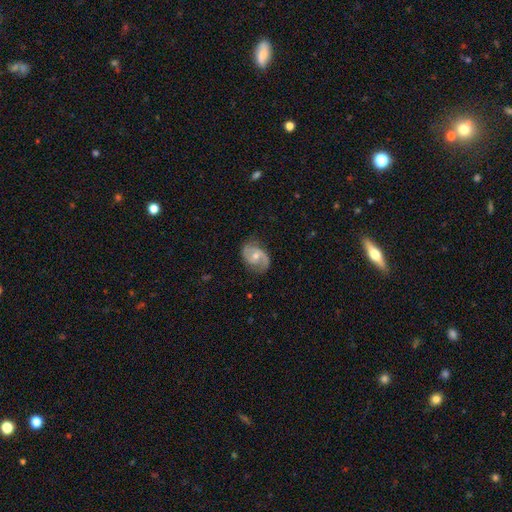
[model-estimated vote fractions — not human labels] The model was most divided on "bar": no: 49%, weak: 41%, strong: 10%. Remaining: edge-on disk — no (97%); spiral arms — yes (94%); spiral arm count — 2 (85%); smooth or featured — featured or disk (80%); merging — none (70%); bulge size — moderate (55%); spiral winding — medium (47%).